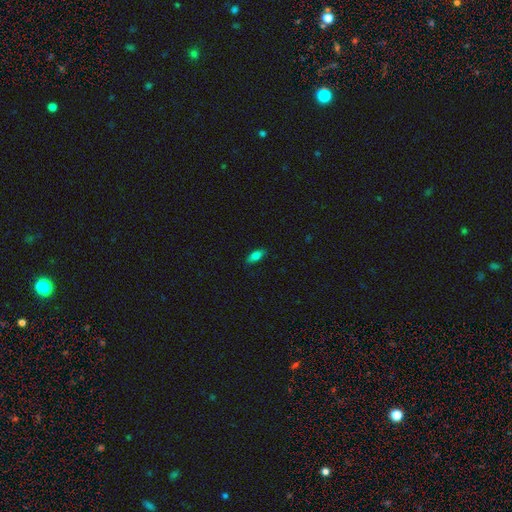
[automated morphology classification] Smooth or featured?
  - smooth: 79% *
  - featured or disk: 12%
  - star or artifact: 9%
How rounded?
  - in between: 81% *
  - cigar-shaped: 16%
  - round: 3%
Merging?
  - none: 86% *
  - minor disturbance: 11%
  - major disturbance: 2%
  - merger: 1%